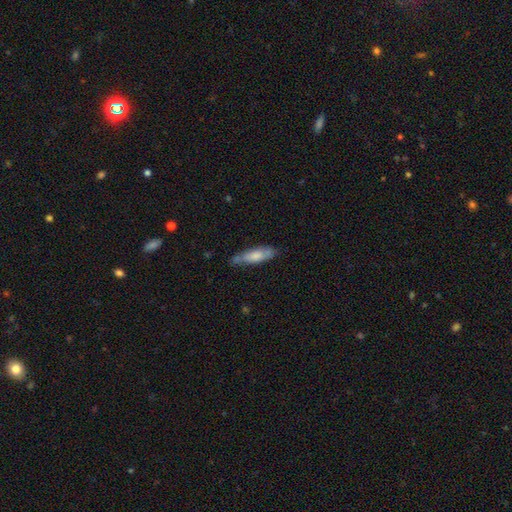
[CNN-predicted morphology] smooth 69%, featured or disk 25%, star or artifact 6%. Down the decision tree: how rounded — cigar-shaped (58%); merging — none (62%).